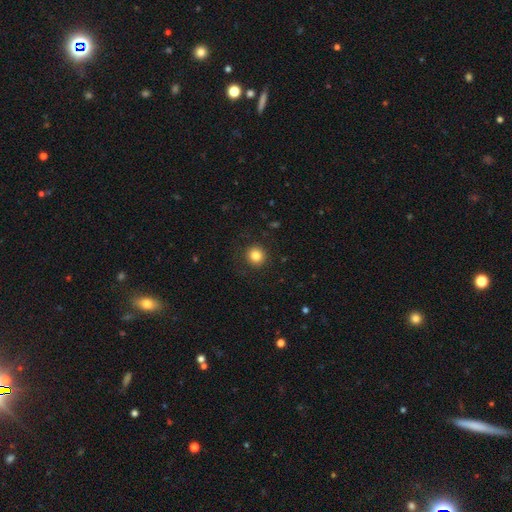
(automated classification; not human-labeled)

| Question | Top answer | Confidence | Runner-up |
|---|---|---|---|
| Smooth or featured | smooth | 83% | star or artifact (11%) |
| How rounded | round | 92% | in between (7%) |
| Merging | none | 89% | minor disturbance (7%) |